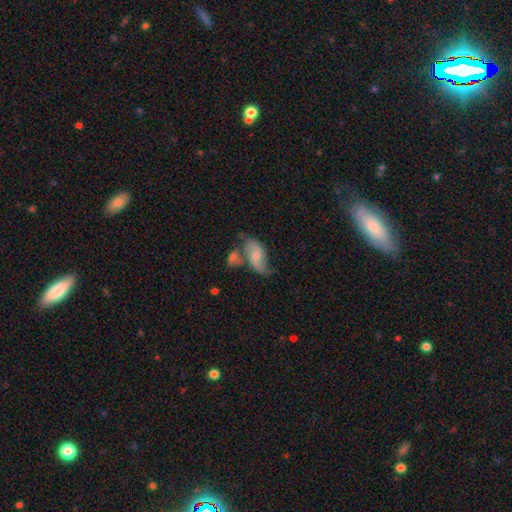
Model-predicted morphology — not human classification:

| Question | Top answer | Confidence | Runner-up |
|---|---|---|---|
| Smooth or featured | featured or disk | 58% | smooth (35%) |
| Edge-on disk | no | 94% | yes (6%) |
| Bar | no | 56% | weak (34%) |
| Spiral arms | yes | 80% | no (20%) |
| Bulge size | moderate | 49% | small (43%) |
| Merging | merger | 34% | none (33%) |